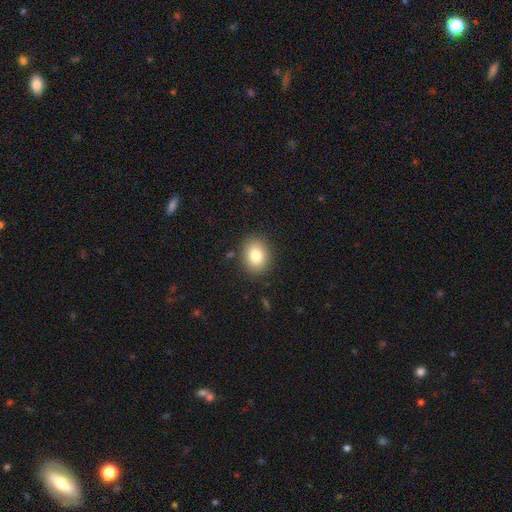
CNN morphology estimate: Overall: smooth (82%). How rounded: round (50%; in between 49%). Merging: none (87%).